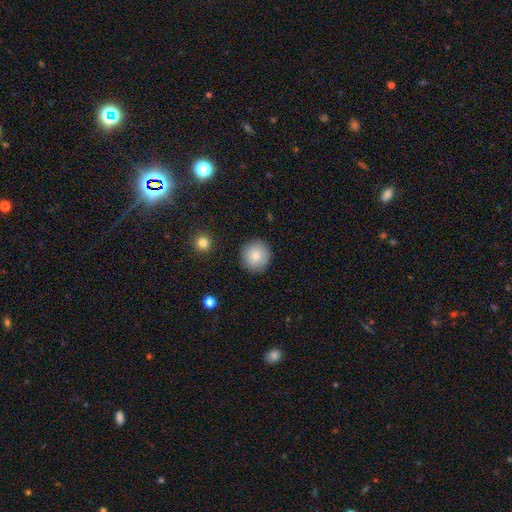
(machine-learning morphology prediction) Overall: smooth (81%). How rounded: round (94%). Merging: none (89%).